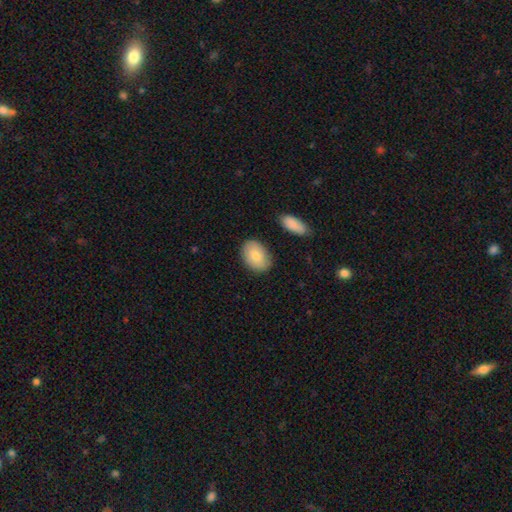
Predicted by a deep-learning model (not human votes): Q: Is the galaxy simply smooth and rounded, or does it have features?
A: smooth — 81%.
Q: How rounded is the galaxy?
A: in between — 84%.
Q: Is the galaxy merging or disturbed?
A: none — 83%.